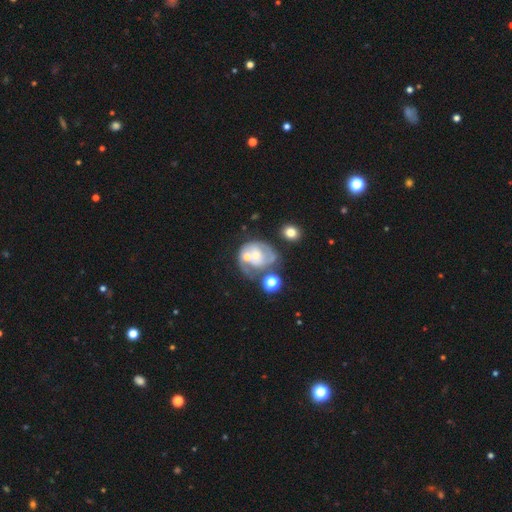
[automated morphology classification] Q: Smooth or featured?
A: featured or disk (70%); runner-up: smooth (21%)
Q: Edge-on disk?
A: no (98%); runner-up: yes (2%)
Q: Bar?
A: no (71%); runner-up: weak (23%)
Q: Spiral arms?
A: yes (72%); runner-up: no (28%)
Q: Bulge size?
A: small (51%); runner-up: moderate (39%)
Q: Merging?
A: merger (32%); tied with: none (32%)